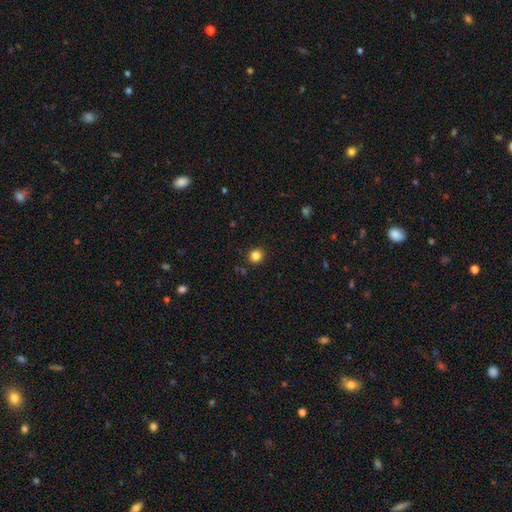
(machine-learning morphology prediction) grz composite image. It shows a smooth galaxy with no disk features (83%) that is round (92%). Merging: none (91%).